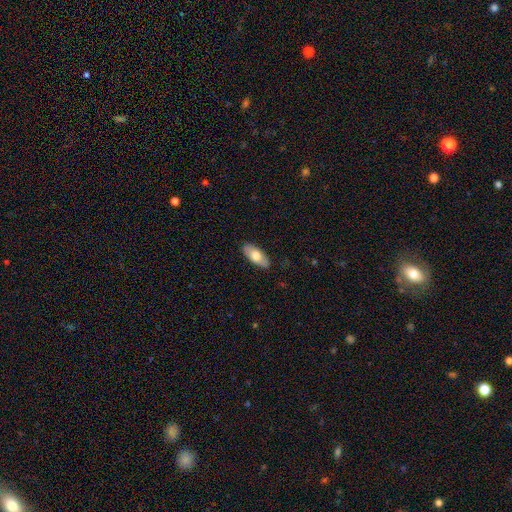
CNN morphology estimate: Overall: smooth (71%). How rounded: in between (86%). Merging: none (87%).